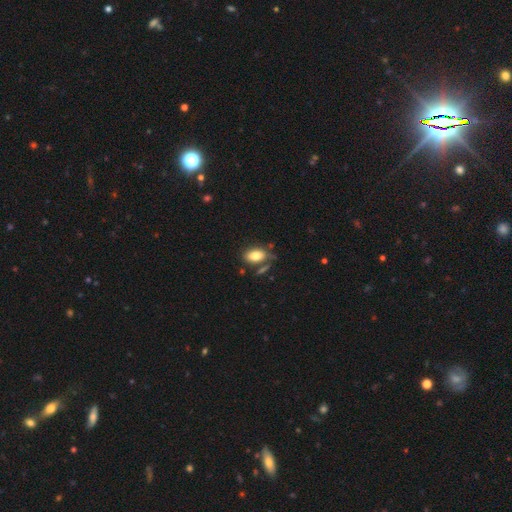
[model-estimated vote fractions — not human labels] Morphology: type=smooth (80%); roundness=in between (88%); merging=none (64%).